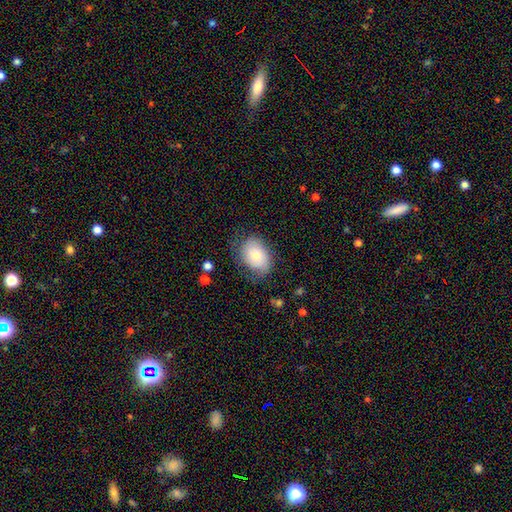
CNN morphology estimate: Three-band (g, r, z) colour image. It shows a smooth galaxy with no disk features (72%) that is in between round and cigar-shaped (78%). Merging: none (64%).